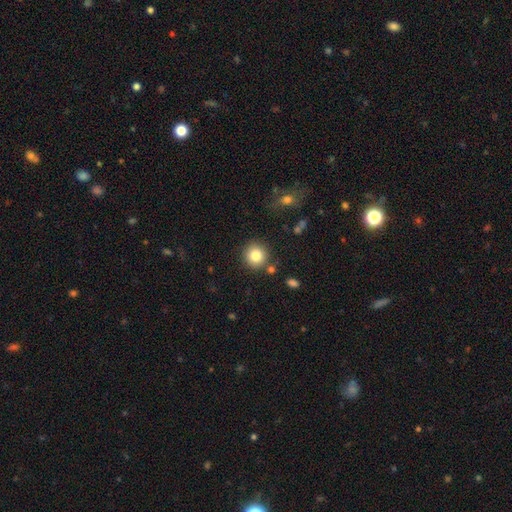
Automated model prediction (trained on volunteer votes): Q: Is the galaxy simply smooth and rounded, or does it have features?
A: smooth — 83%.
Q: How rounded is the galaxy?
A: round — 92%.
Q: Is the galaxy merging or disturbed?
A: none — 84%.